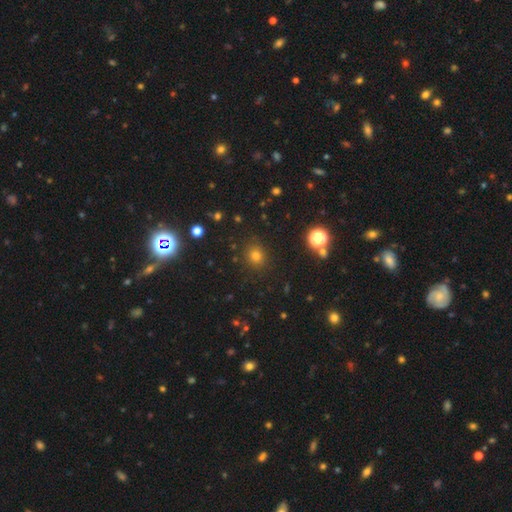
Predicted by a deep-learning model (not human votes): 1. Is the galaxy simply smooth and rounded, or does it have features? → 67% smooth, 27% star or artifact, 6% featured or disk.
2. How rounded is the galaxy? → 88% round, 11% in between, 1% cigar-shaped.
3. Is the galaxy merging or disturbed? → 89% none, 7% minor disturbance, 3% major disturbance, 2% merger.